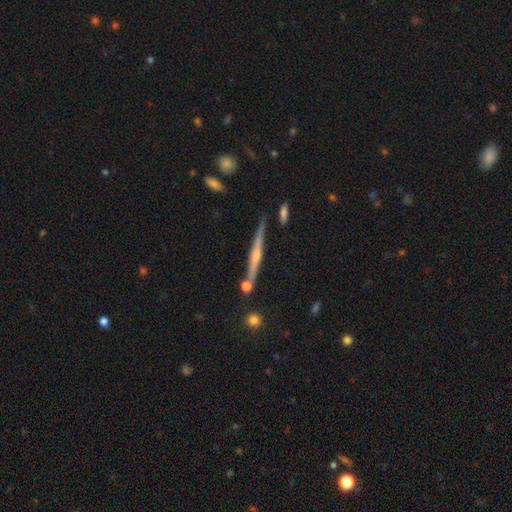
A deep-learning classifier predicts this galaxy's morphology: Q: Smooth or featured?
A: featured or disk (73%); runner-up: smooth (17%)
Q: Edge-on disk?
A: yes (96%); runner-up: no (4%)
Q: Edge-on bulge?
A: rounded (72%); runner-up: none (20%)
Q: Merging?
A: none (81%); runner-up: minor disturbance (10%)